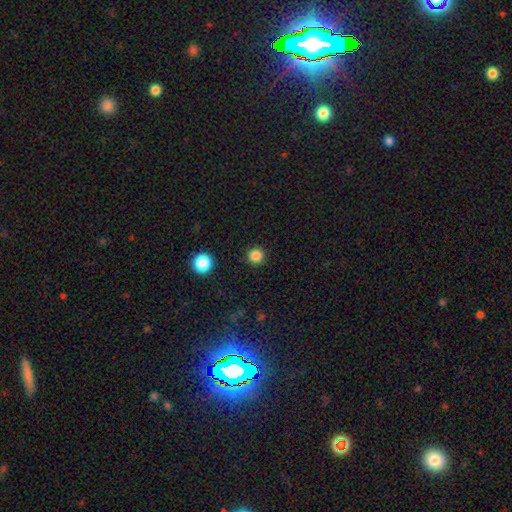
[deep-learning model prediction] Smooth or featured?
  - smooth: 84% *
  - star or artifact: 13%
  - featured or disk: 3%
How rounded?
  - round: 96% *
  - in between: 3%
  - cigar-shaped: 1%
Merging?
  - none: 92% *
  - minor disturbance: 5%
  - major disturbance: 2%
  - merger: 1%